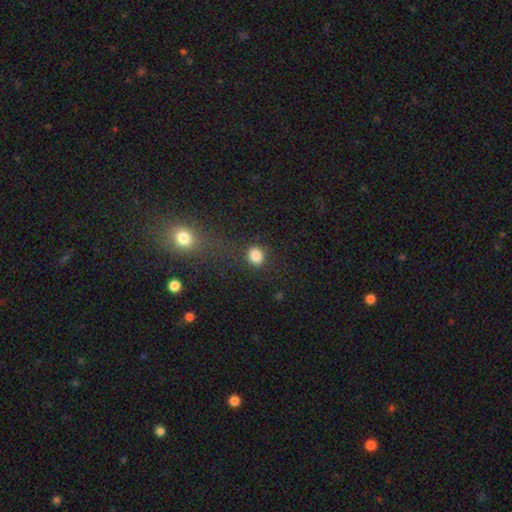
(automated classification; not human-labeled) Morphology: type=smooth (85%); roundness=round (73%); merging=none (81%).